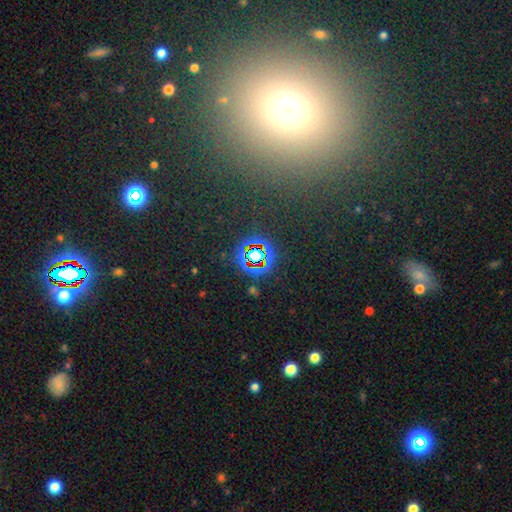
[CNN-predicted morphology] Overall: star or artifact (76%).